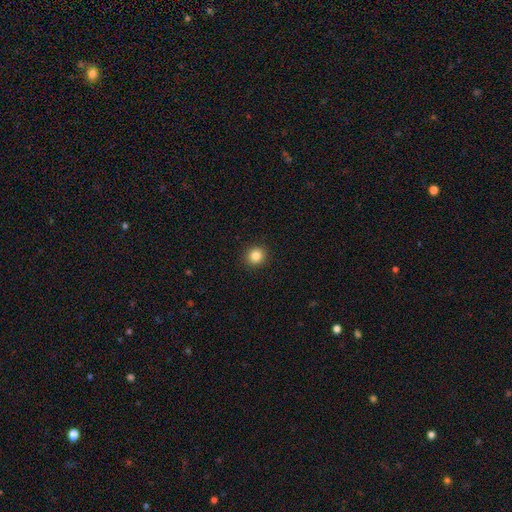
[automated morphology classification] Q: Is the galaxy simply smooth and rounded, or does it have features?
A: smooth — 85%.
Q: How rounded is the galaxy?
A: round — 87%.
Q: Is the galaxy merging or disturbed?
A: none — 92%.